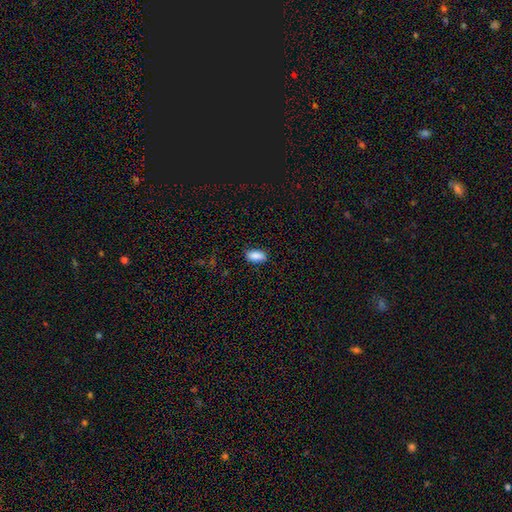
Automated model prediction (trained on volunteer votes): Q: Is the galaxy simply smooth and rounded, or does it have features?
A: smooth — 88%.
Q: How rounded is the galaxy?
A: in between — 91%.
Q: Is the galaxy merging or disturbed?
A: none — 85%.